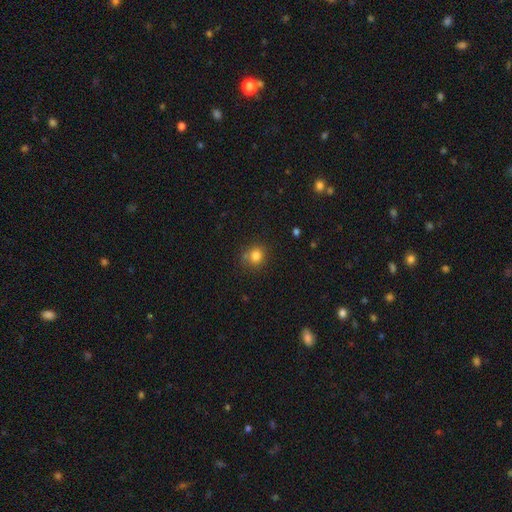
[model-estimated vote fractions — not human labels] Smooth or featured? smooth (81%)
How rounded? round (78%)
Merging? none (68%)